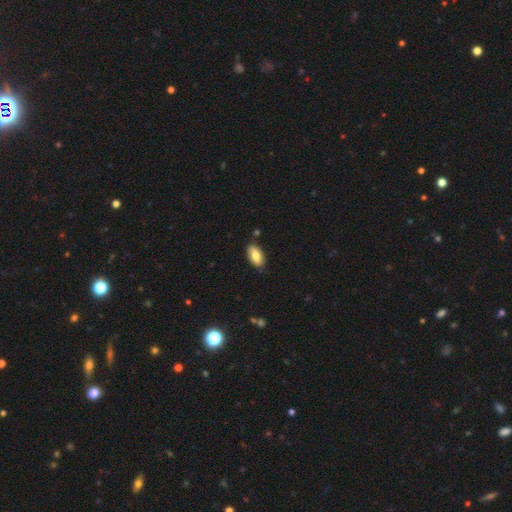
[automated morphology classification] Smooth or featured: smooth — 79% (featured or disk — 15%)
How rounded: in between — 94% (cigar-shaped — 3%)
Merging: none — 83% (minor disturbance — 13%)